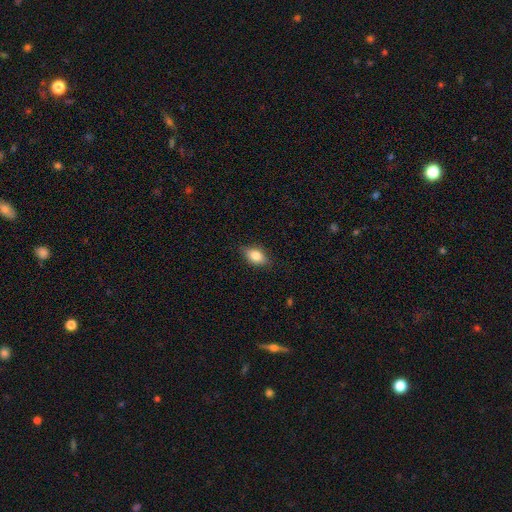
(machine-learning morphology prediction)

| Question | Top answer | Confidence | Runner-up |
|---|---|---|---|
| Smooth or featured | smooth | 79% | featured or disk (13%) |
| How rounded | in between | 84% | round (12%) |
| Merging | none | 82% | minor disturbance (14%) |